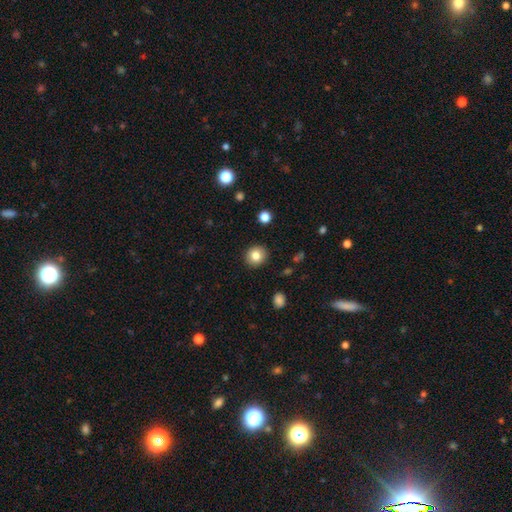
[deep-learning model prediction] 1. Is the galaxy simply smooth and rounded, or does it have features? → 82% smooth, 10% star or artifact, 8% featured or disk.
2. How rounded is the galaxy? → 86% round, 13% in between, 1% cigar-shaped.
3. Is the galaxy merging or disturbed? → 91% none, 6% minor disturbance, 2% major disturbance, 1% merger.